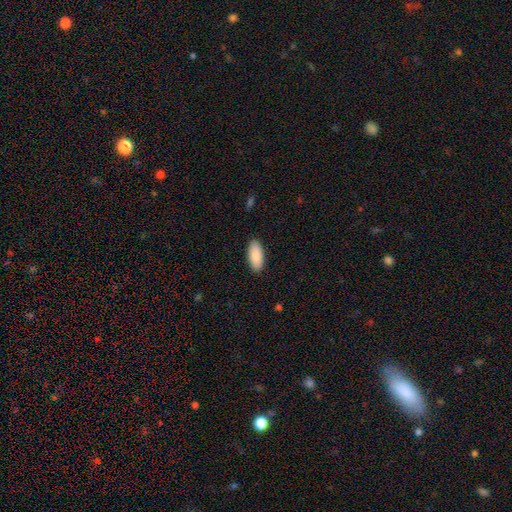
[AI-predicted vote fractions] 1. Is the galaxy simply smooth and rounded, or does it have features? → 89% smooth, 6% featured or disk, 5% star or artifact.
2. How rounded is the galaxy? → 89% in between, 10% cigar-shaped, 2% round.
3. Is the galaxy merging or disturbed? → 89% none, 8% minor disturbance, 2% major disturbance, 1% merger.